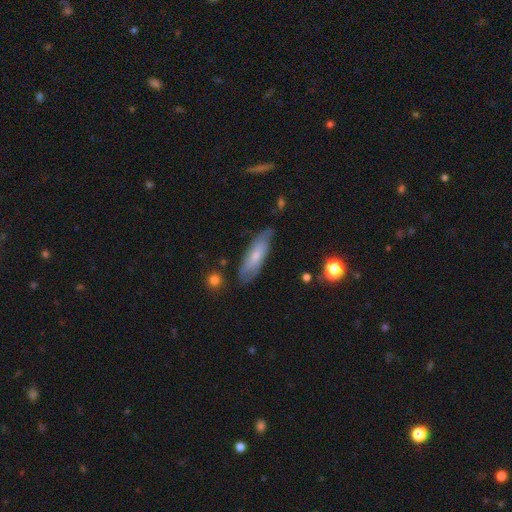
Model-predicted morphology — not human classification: Smooth or featured? smooth (51%)
How rounded? in between (51%)
Merging? none (71%)